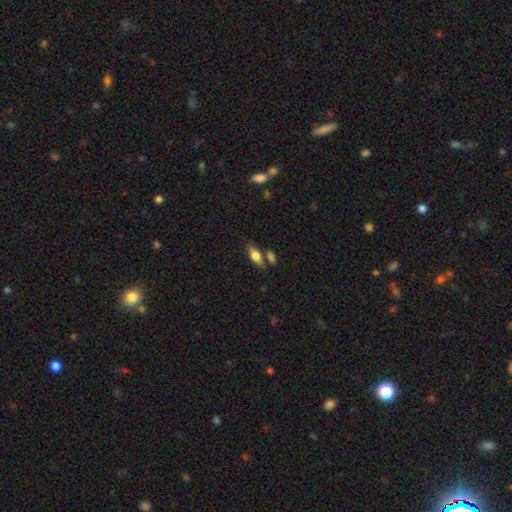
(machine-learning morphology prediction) Q: Smooth or featured?
A: smooth (65%); runner-up: featured or disk (27%)
Q: How rounded?
A: in between (77%); runner-up: cigar-shaped (17%)
Q: Merging?
A: none (64%); runner-up: merger (17%)